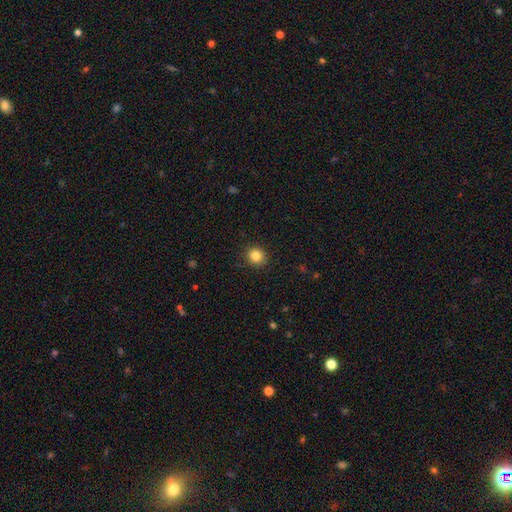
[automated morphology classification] smooth 84%, star or artifact 11%, featured or disk 5%. Down the decision tree: how rounded — round (90%); merging — none (91%).